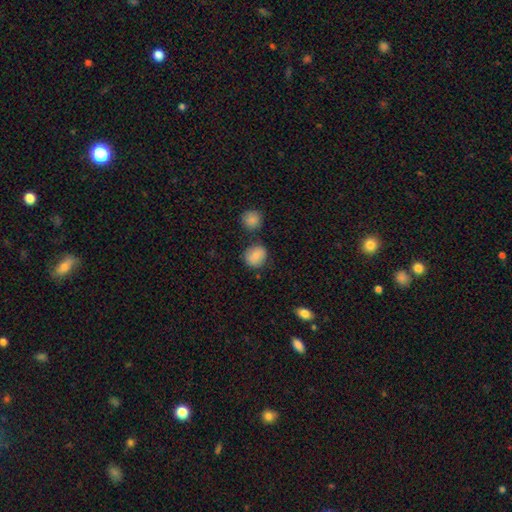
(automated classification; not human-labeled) Smooth or featured? smooth (82%)
How rounded? round (75%)
Merging? none (73%)